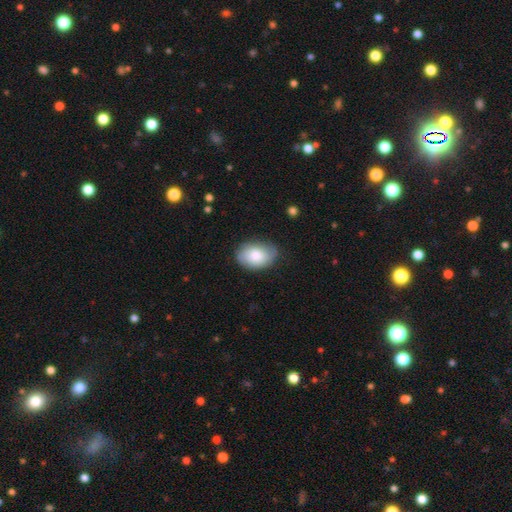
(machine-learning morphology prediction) Overall: smooth (76%). How rounded: in between (82%). Merging: none (73%).